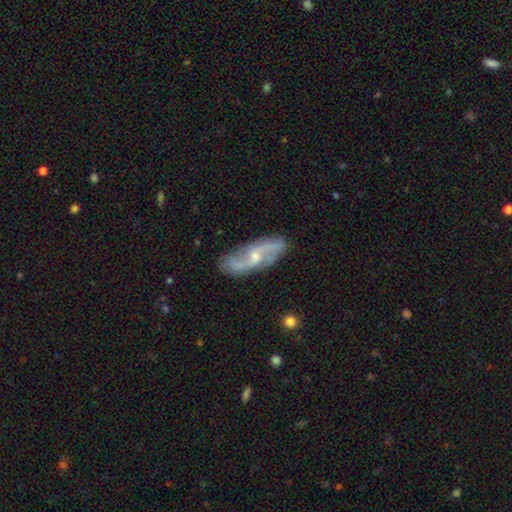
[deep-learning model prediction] Smooth or featured? featured or disk (84%)
Edge-on disk? no (91%)
Bar? no (47%)
Spiral arms? yes (95%)
Spiral winding? loose (60%)
Spiral arm count? 2 (89%)
Bulge size? small (55%)
Merging? none (80%)